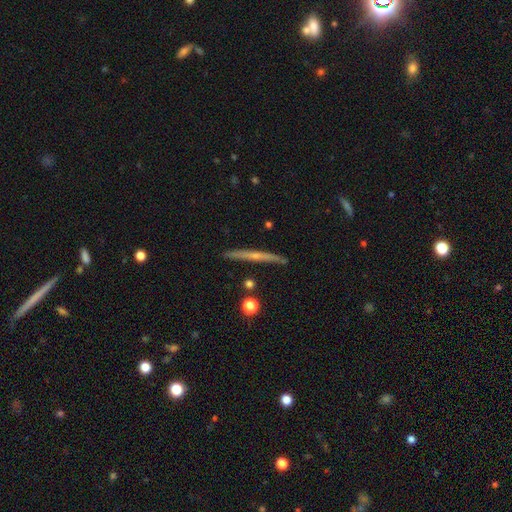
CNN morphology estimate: Smooth or featured? Predicted: featured or disk (p=0.68). Edge-on disk? Predicted: yes (p=0.97). Edge-on bulge? Predicted: rounded (p=0.55). Merging? Predicted: none (p=0.88).